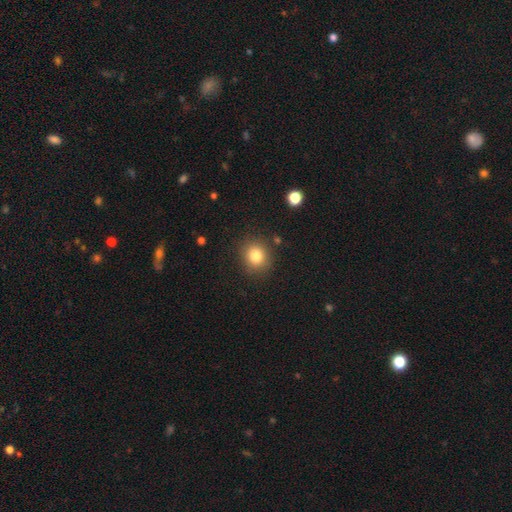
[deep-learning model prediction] The model was most divided on "how rounded": round: 83%, in between: 16%, cigar-shaped: 1%. More confident: merging — none (87%); smooth or featured — smooth (81%).